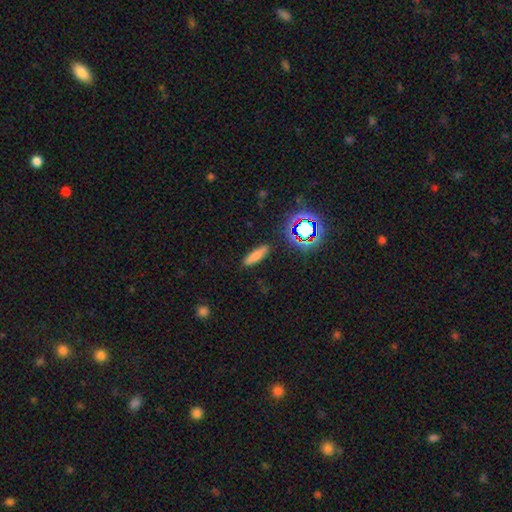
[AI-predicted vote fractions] Q: Smooth or featured?
A: smooth (74%); runner-up: star or artifact (15%)
Q: How rounded?
A: cigar-shaped (70%); runner-up: in between (27%)
Q: Merging?
A: none (87%); runner-up: minor disturbance (9%)